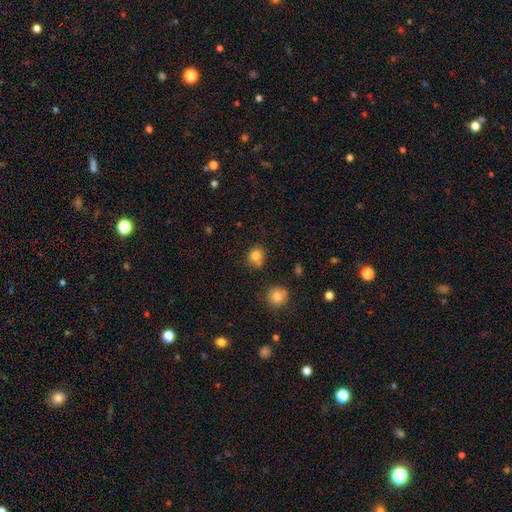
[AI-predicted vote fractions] Smooth or featured? Predicted: smooth (p=0.80). How rounded? Predicted: round (p=0.78). Merging? Predicted: none (p=0.68).